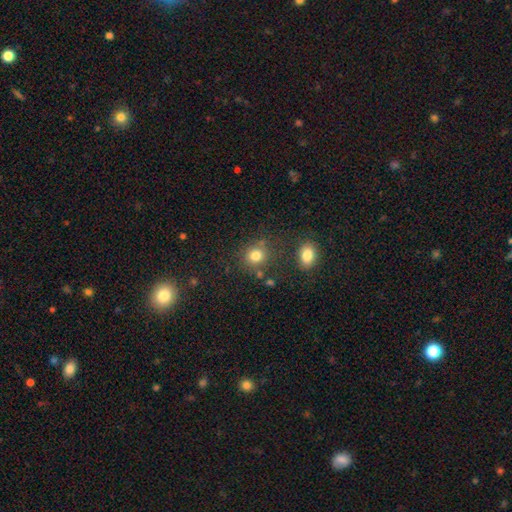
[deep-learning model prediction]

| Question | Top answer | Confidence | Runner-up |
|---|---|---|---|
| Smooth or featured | smooth | 81% | star or artifact (13%) |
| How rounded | round | 77% | in between (22%) |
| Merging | none | 74% | minor disturbance (11%) |